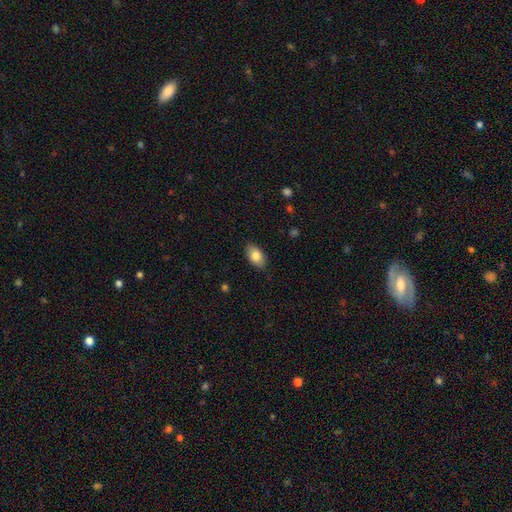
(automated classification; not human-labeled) Smooth or featured? smooth (81%)
How rounded? in between (93%)
Merging? none (87%)